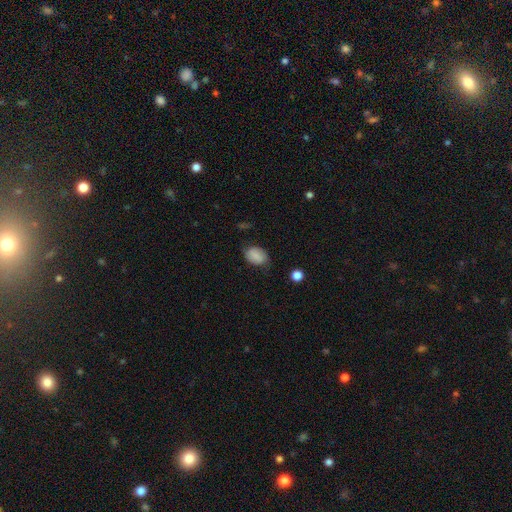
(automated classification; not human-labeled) Smooth or featured: smooth — 81% (featured or disk — 11%)
How rounded: in between — 76% (round — 23%)
Merging: none — 68% (minor disturbance — 24%)